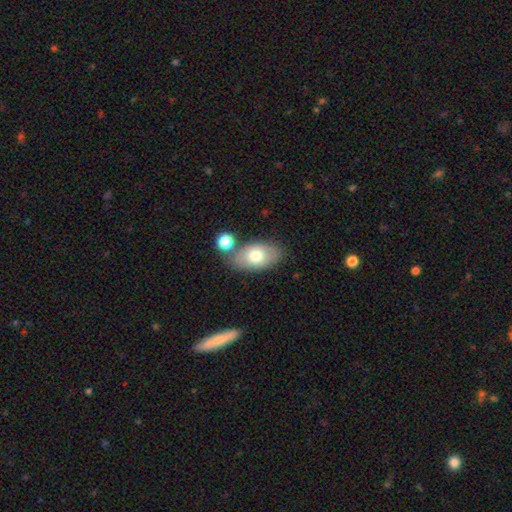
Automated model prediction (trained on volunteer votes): Smooth or featured? Predicted: smooth (p=0.71). How rounded? Predicted: in between (p=0.90). Merging? Predicted: none (p=0.65).